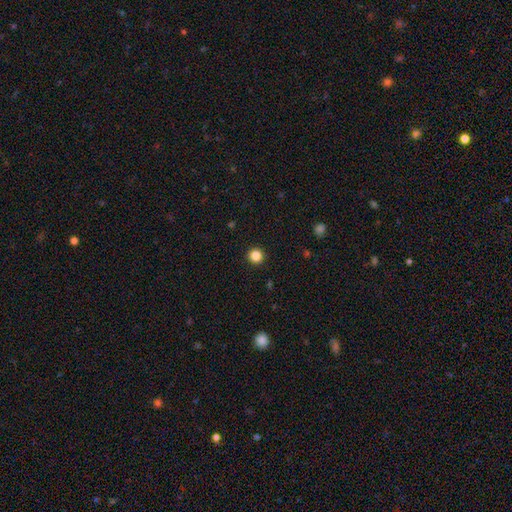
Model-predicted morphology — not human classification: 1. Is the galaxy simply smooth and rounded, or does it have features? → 86% smooth, 11% star or artifact, 3% featured or disk.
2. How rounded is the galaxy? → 95% round, 4% in between, 1% cigar-shaped.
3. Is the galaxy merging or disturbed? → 93% none, 5% minor disturbance, 2% major disturbance, 1% merger.